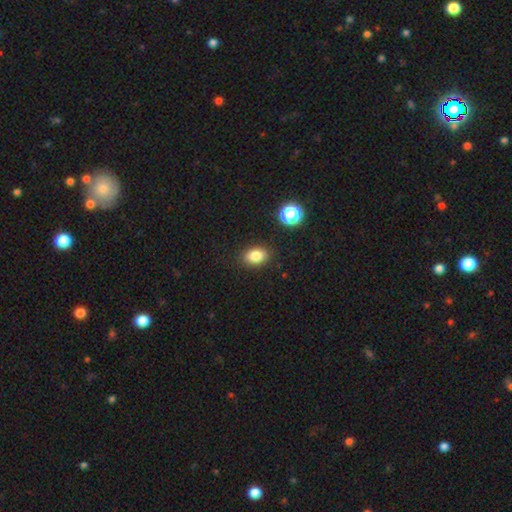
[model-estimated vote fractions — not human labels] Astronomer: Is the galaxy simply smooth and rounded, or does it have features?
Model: smooth — 83%.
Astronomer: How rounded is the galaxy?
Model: in between — 78%.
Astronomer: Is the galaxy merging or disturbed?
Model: none — 88%.